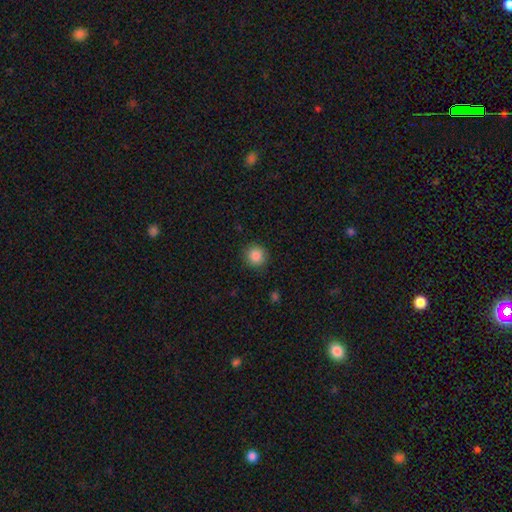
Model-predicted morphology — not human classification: smooth 87%, star or artifact 10%, featured or disk 4%. Down the decision tree: how rounded — round (92%); merging — none (90%).